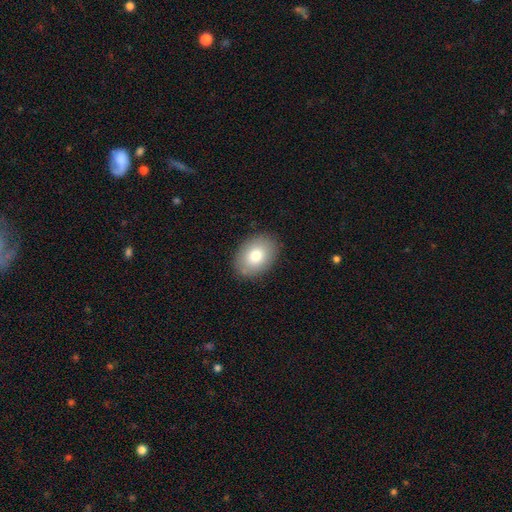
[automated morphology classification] Overall: smooth (78%). How rounded: in between (79%). Merging: none (87%).